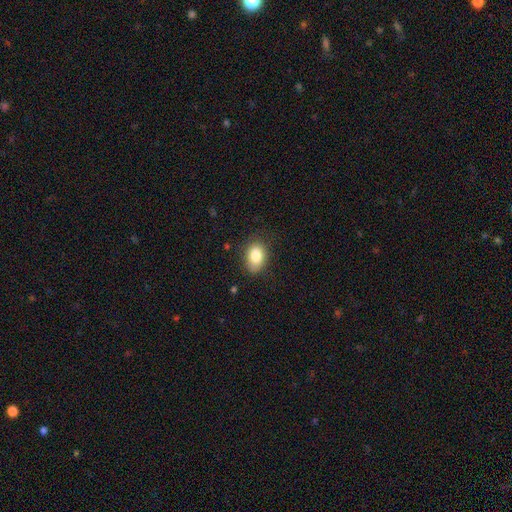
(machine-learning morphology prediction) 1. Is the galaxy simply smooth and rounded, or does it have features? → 84% smooth, 8% featured or disk, 8% star or artifact.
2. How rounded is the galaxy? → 81% in between, 18% round, 1% cigar-shaped.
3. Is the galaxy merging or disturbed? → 76% none, 18% minor disturbance, 5% major disturbance, 1% merger.